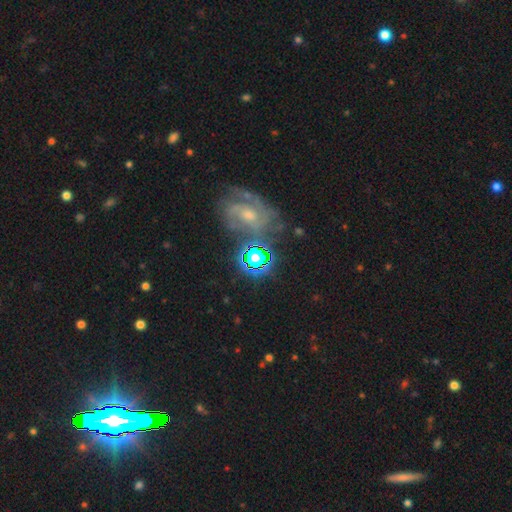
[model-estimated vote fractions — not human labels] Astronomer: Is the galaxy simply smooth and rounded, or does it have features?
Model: featured or disk — 48% (runner-up: star or artifact, 36%).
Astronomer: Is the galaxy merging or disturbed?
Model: none — 68%.